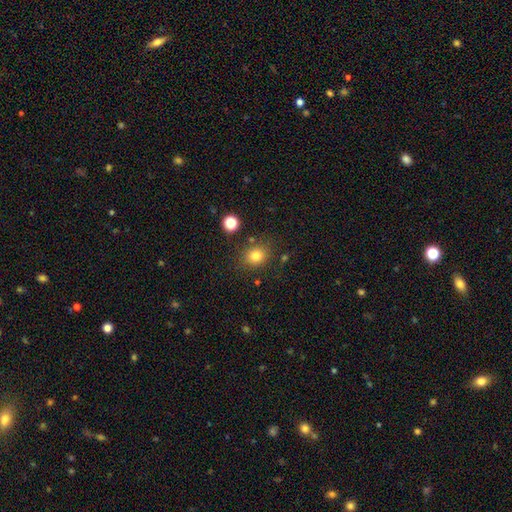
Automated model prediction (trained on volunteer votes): Q: Smooth or featured?
A: smooth (81%); runner-up: star or artifact (12%)
Q: How rounded?
A: round (62%); runner-up: in between (37%)
Q: Merging?
A: none (78%); runner-up: minor disturbance (13%)